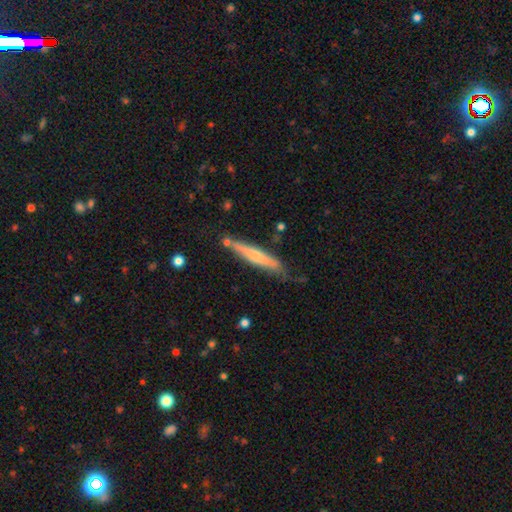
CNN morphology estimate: This appears to be a smooth galaxy with no disk features (54%) that is cigar-shaped (92%). Merging: none (65%).